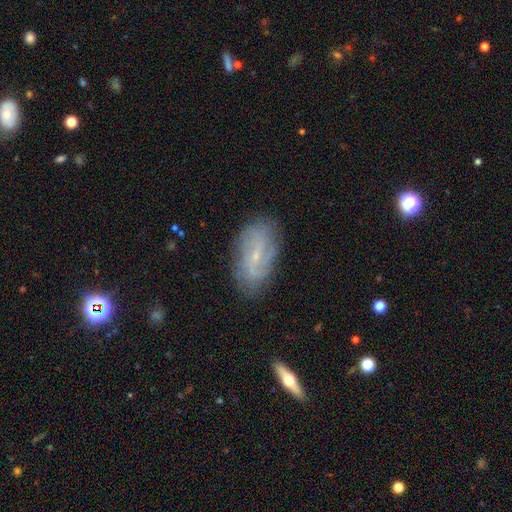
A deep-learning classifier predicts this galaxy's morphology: type=featured or disk (72%); edge-on=no (91%); bar=weak (50%); spiral arms=yes (87%); winding=medium (36%); arm count=2 (50%); bulge=small (78%); merging=none (78%).